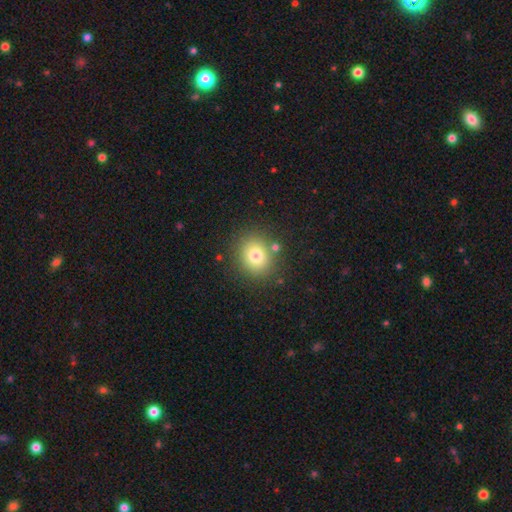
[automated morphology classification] A smooth galaxy with no disk features (76%) that is round (75%).

Vote fractions:
- Smooth or featured? smooth: 76% / star or artifact: 13% / featured or disk: 11%
- How rounded? round: 75% / in between: 24% / cigar-shaped: 1%
- Merging? none: 84% / minor disturbance: 9% / merger: 4% / major disturbance: 4%